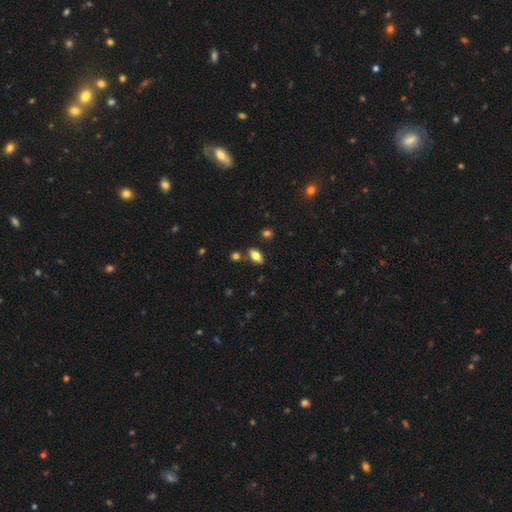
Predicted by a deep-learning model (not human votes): smooth_or_featured: smooth (p=0.72) [alt: featured or disk p=0.18]
how_rounded: in between (p=0.87) [alt: cigar-shaped p=0.08]
merging: none (p=0.80) [alt: minor disturbance p=0.11]